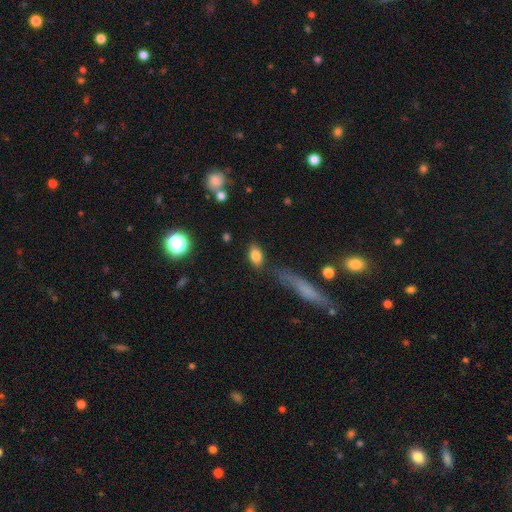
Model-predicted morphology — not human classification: Overall: smooth (83%). How rounded: in between (87%). Merging: none (78%).